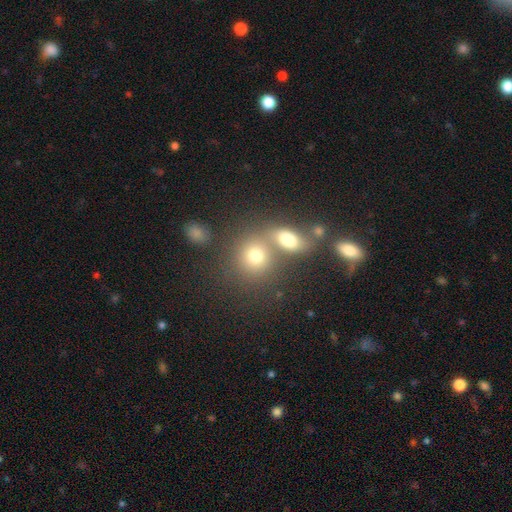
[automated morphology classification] Overall: smooth (71%). How rounded: round (70%). Merging: none (44%; merger 43%).